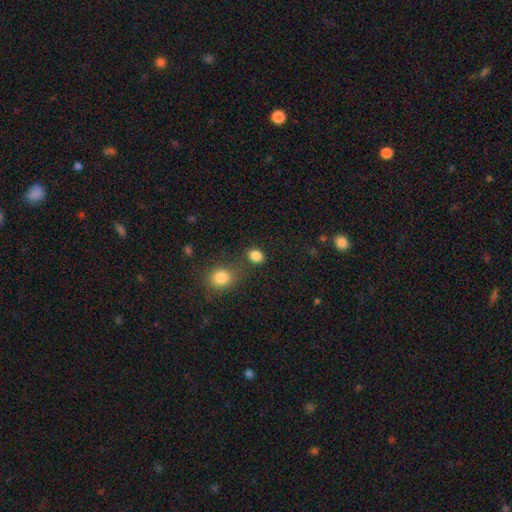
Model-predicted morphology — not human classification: This is clearly a smooth galaxy (84%). How rounded: possibly in between (57%). Merging: likely none (73%).